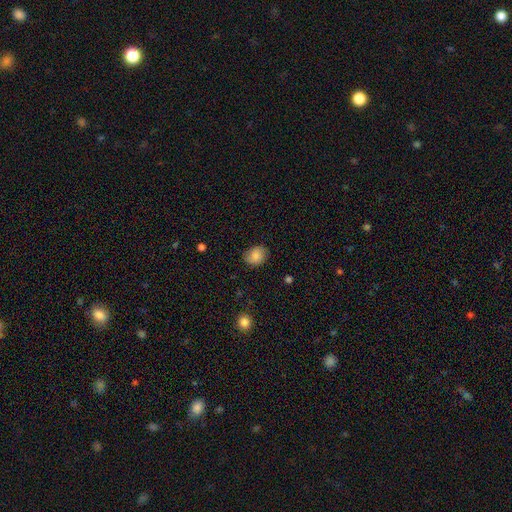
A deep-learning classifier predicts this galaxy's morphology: Smooth or featured?
  - smooth: 83% *
  - featured or disk: 9%
  - star or artifact: 8%
How rounded?
  - in between: 56% *
  - round: 43%
  - cigar-shaped: 1%
Merging?
  - none: 81% *
  - minor disturbance: 14%
  - major disturbance: 3%
  - merger: 1%